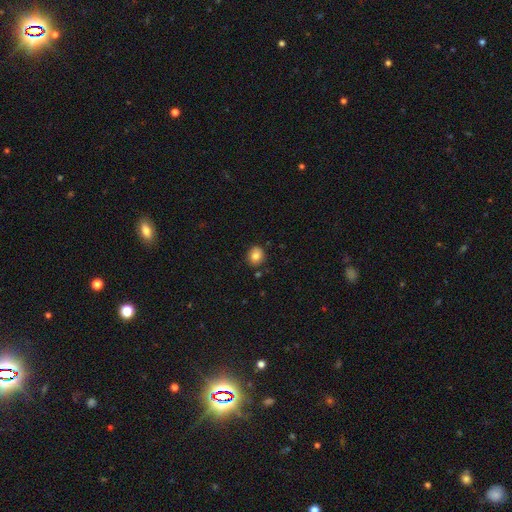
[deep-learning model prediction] Overall: smooth (82%). How rounded: round (74%). Merging: none (85%).